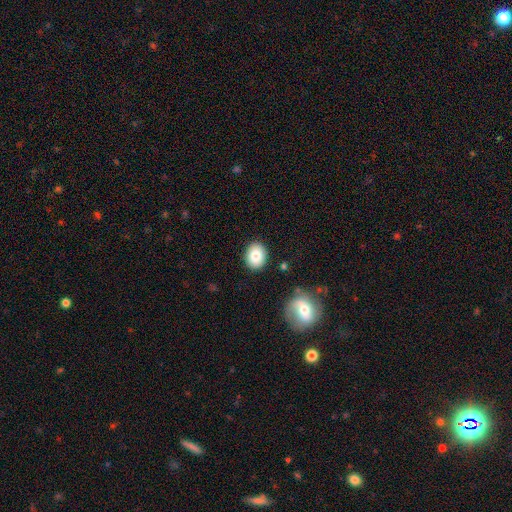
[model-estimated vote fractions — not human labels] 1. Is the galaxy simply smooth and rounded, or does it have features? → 84% smooth, 8% featured or disk, 8% star or artifact.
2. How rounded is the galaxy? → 56% in between, 43% round, 1% cigar-shaped.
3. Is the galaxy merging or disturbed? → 87% none, 9% minor disturbance, 2% major disturbance, 2% merger.